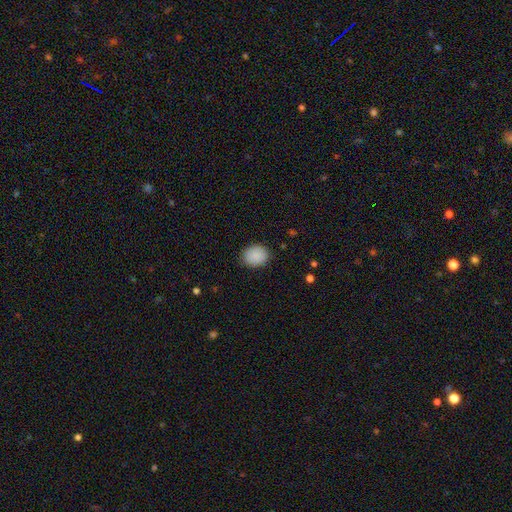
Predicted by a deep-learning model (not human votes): Q: Smooth or featured?
A: smooth (89%); runner-up: star or artifact (8%)
Q: How rounded?
A: round (52%); runner-up: in between (47%)
Q: Merging?
A: none (87%); runner-up: minor disturbance (10%)